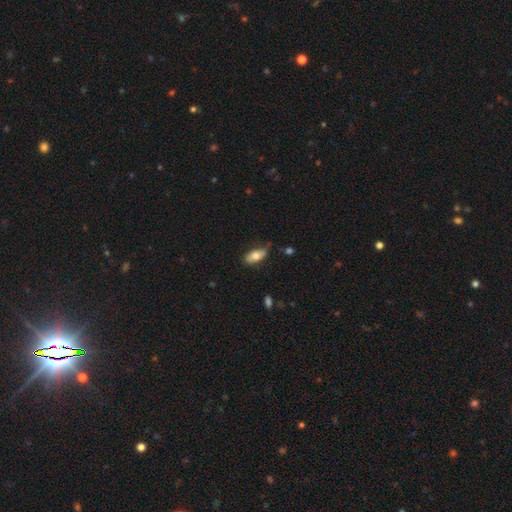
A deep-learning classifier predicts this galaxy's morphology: Smooth or featured? smooth (69%)
How rounded? in between (84%)
Merging? none (61%)